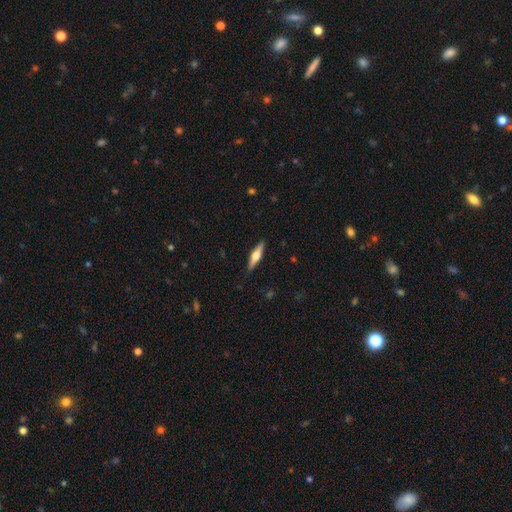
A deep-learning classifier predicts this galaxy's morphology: The model was most divided on "smooth or featured": featured or disk: 58%, smooth: 37%, star or artifact: 5%. More confident: edge-on disk — yes (96%); edge-on bulge — rounded (93%); merging — none (90%).